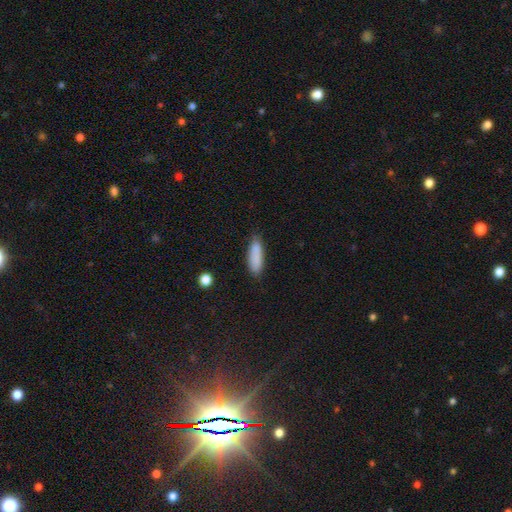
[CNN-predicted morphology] smooth 87%, star or artifact 7%, featured or disk 6%. Down the decision tree: how rounded — in between (56%); merging — none (76%).